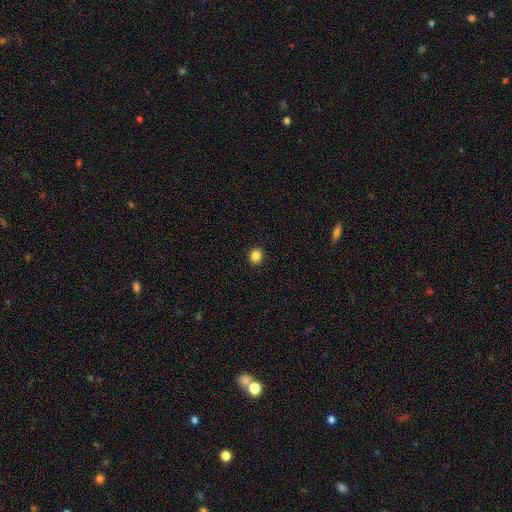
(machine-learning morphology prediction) A smooth galaxy with no disk features (85%) that is round (85%). Merging: none (92%).